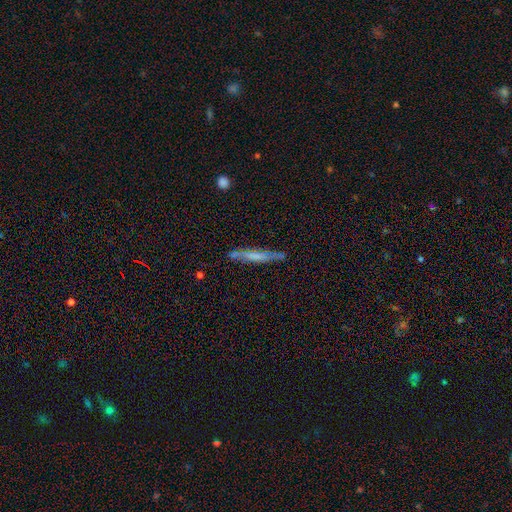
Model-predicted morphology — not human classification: Smooth or featured?
  - featured or disk: 48% *
  - smooth: 46%
  - star or artifact: 7%
Merging?
  - none: 77% *
  - minor disturbance: 16%
  - major disturbance: 3%
  - merger: 3%